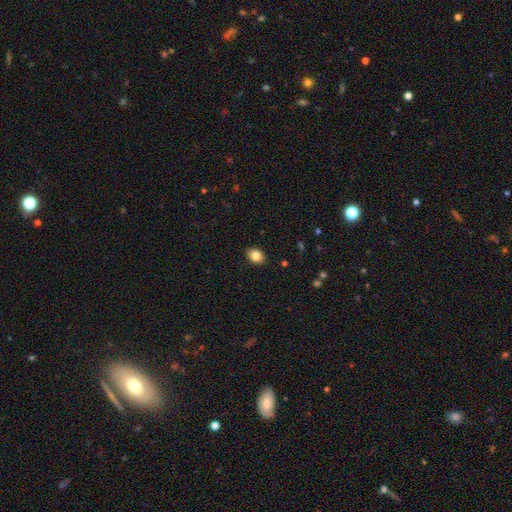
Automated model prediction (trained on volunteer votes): A smooth galaxy with no disk features (83%) that is in between round and cigar-shaped (71%).

Vote fractions:
- Smooth or featured? smooth: 83% / star or artifact: 9% / featured or disk: 8%
- How rounded? in between: 71% / round: 28% / cigar-shaped: 1%
- Merging? none: 89% / minor disturbance: 8% / major disturbance: 2% / merger: 1%